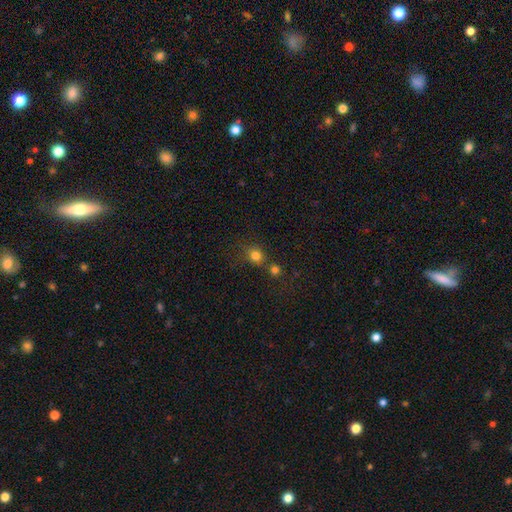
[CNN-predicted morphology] smooth-or-featured: smooth: 77% | star or artifact: 16% | featured or disk: 7%
  how-rounded: round: 81% | in between: 18% | cigar-shaped: 1%
  merging: none: 56% | merger: 29% | minor disturbance: 10% | major disturbance: 5%